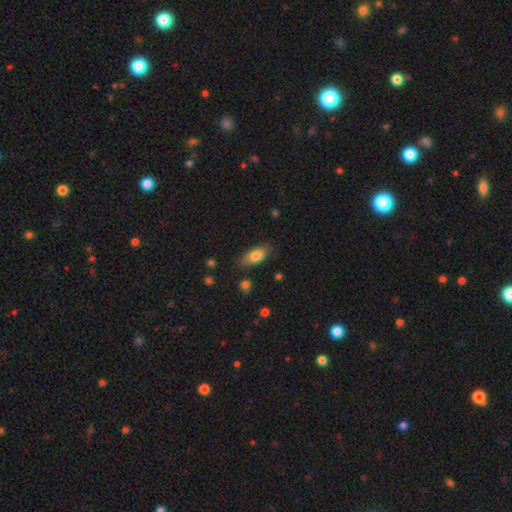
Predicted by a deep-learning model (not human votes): Smooth or featured? Predicted: smooth (p=0.79). How rounded? Predicted: in between (p=0.81). Merging? Predicted: none (p=0.79).